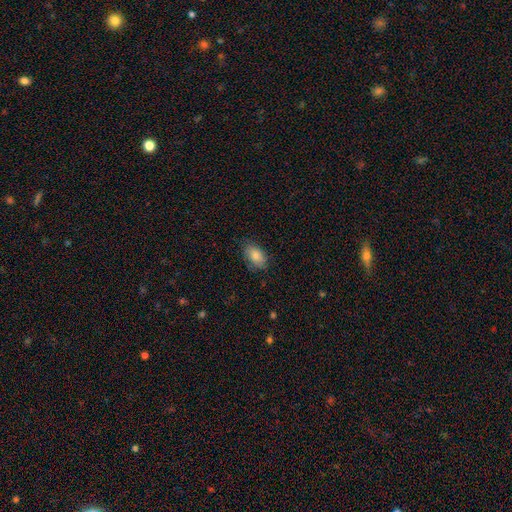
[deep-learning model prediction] Smooth or featured? Predicted: smooth (p=0.85). How rounded? Predicted: in between (p=0.89). Merging? Predicted: none (p=0.76).